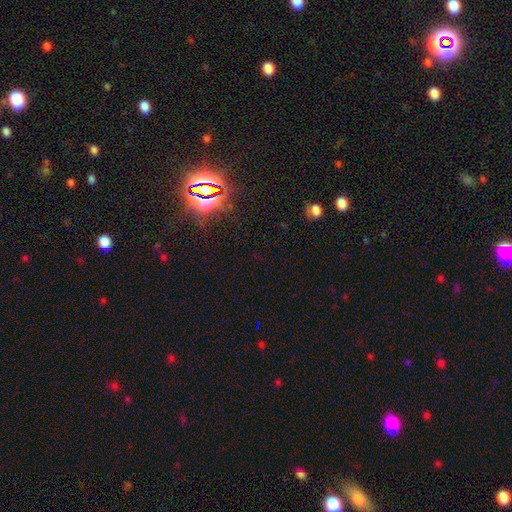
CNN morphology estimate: type=star or artifact (72%).